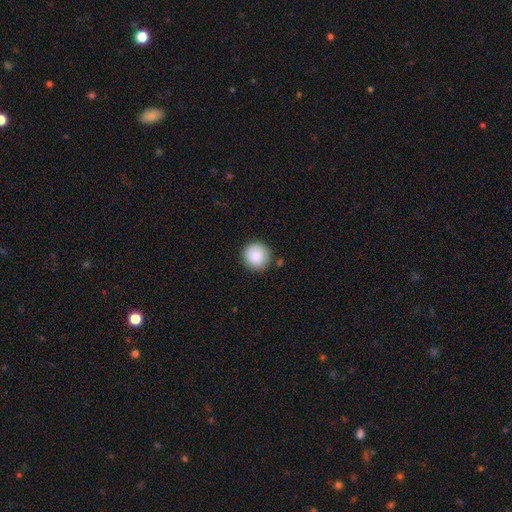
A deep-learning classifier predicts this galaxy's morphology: Smooth or featured?
  - smooth: 89% *
  - star or artifact: 7%
  - featured or disk: 4%
How rounded?
  - round: 95% *
  - in between: 5%
  - cigar-shaped: 1%
Merging?
  - none: 87% *
  - minor disturbance: 9%
  - major disturbance: 2%
  - merger: 2%